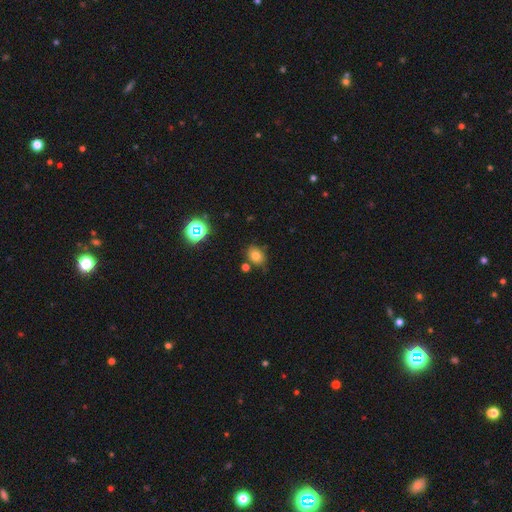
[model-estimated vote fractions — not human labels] Q: Smooth or featured?
A: smooth (75%); runner-up: star or artifact (16%)
Q: How rounded?
A: in between (61%); runner-up: round (38%)
Q: Merging?
A: none (73%); runner-up: minor disturbance (16%)